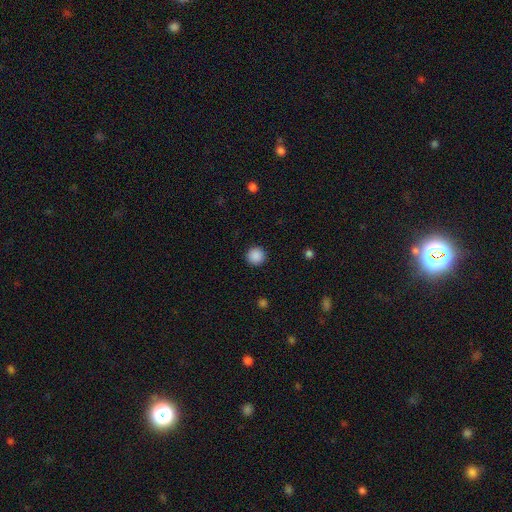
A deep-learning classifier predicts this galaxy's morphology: Overall: smooth (89%). How rounded: round (95%). Merging: none (92%).